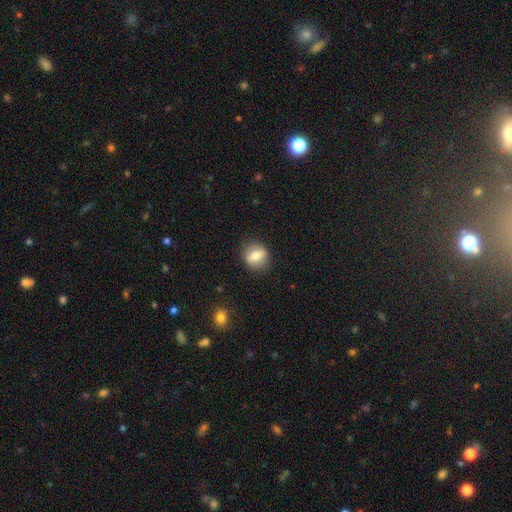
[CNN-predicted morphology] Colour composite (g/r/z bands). It shows a smooth galaxy with no disk features (67%) that is round (67%). Merging: none (84%).